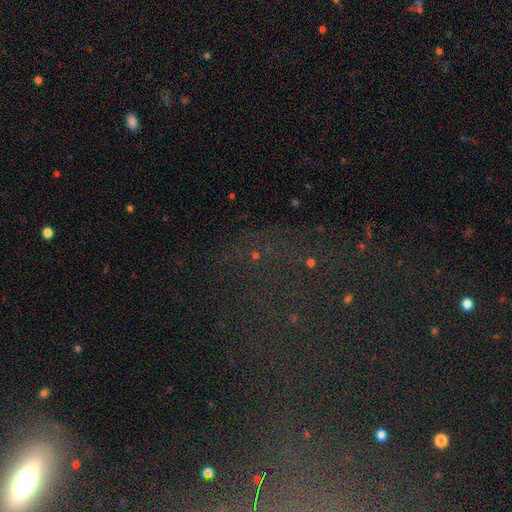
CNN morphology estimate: This is likely a star or artifact rather than a galaxy (76%).